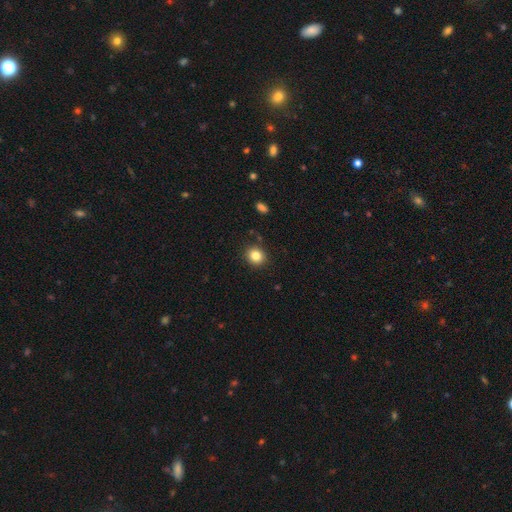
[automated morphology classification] smooth-or-featured: smooth: 83% | star or artifact: 11% | featured or disk: 6%
  how-rounded: round: 79% | in between: 20% | cigar-shaped: 1%
  merging: none: 89% | minor disturbance: 7% | major disturbance: 2% | merger: 2%